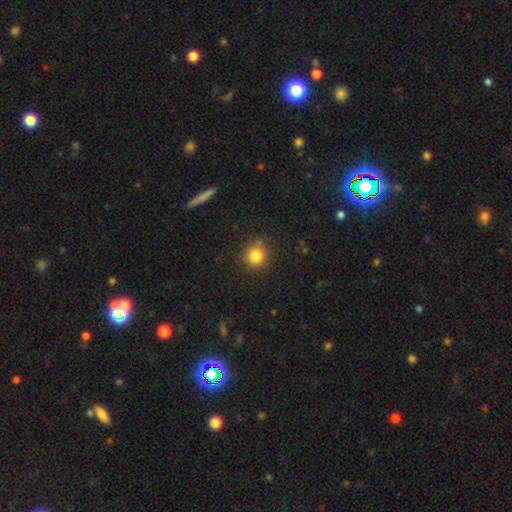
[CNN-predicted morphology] Smooth or featured? Predicted: smooth (p=0.83). How rounded? Predicted: round (p=0.91). Merging? Predicted: none (p=0.83).